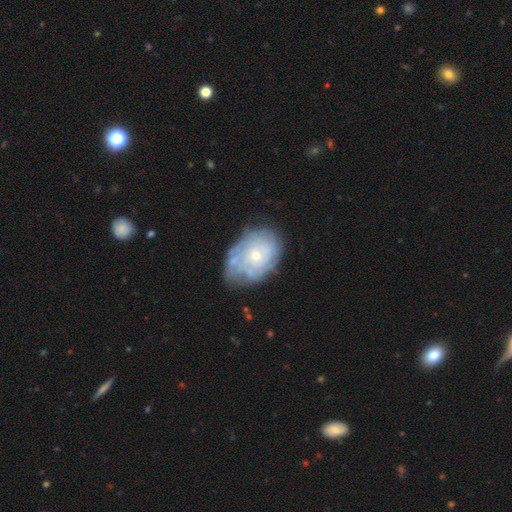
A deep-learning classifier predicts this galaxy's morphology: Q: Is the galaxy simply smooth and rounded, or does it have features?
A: featured or disk — 56%.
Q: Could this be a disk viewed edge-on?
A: no — 96%.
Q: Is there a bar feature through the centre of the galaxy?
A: no — 85%.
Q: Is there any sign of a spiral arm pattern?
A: yes — 57%.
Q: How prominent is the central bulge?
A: small — 61%.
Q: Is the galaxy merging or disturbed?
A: none — 62%.